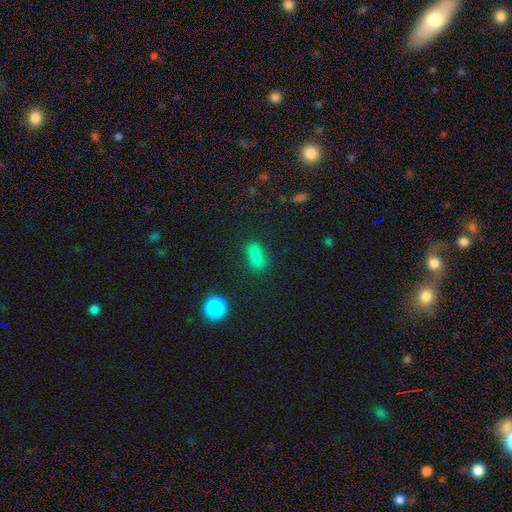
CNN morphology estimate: The model was most divided on "merging": none: 54%, merger: 18%, minor disturbance: 18%, major disturbance: 10%. More confident: how rounded — in between (75%); smooth or featured — smooth (71%).